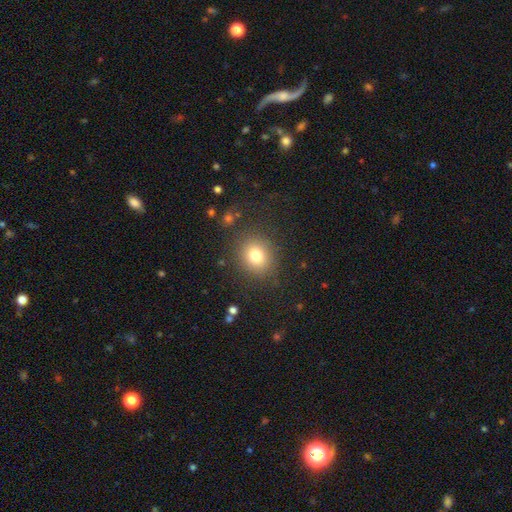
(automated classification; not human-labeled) smooth_or_featured: smooth (p=0.77) [alt: star or artifact p=0.13]
how_rounded: round (p=0.75) [alt: in between p=0.24]
merging: none (p=0.85) [alt: minor disturbance p=0.09]